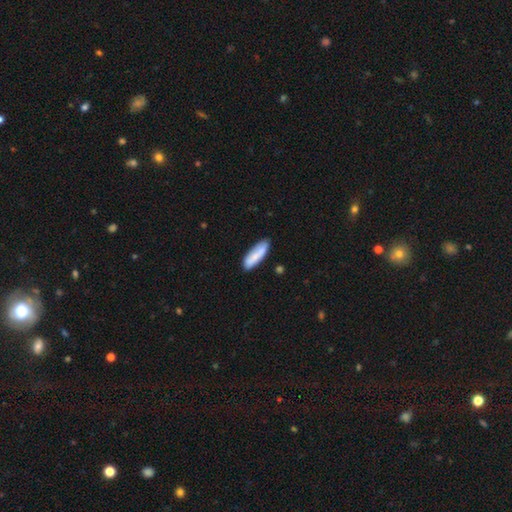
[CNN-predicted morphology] The model was most divided on "how rounded": cigar-shaped: 51%, in between: 47%, round: 2%. More confident: merging — none (79%); smooth or featured — smooth (79%).